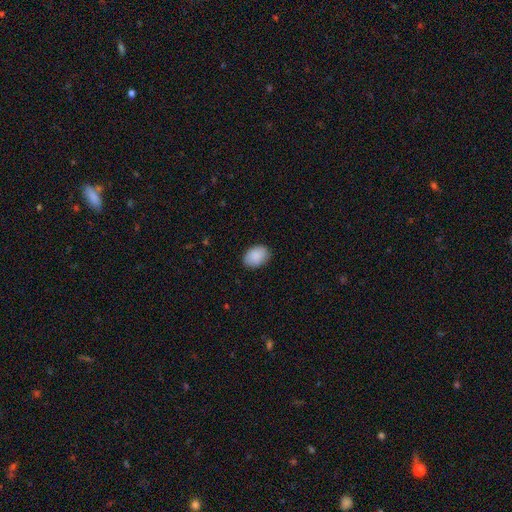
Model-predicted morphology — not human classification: Smooth or featured? smooth (89%)
How rounded? in between (80%)
Merging? none (85%)